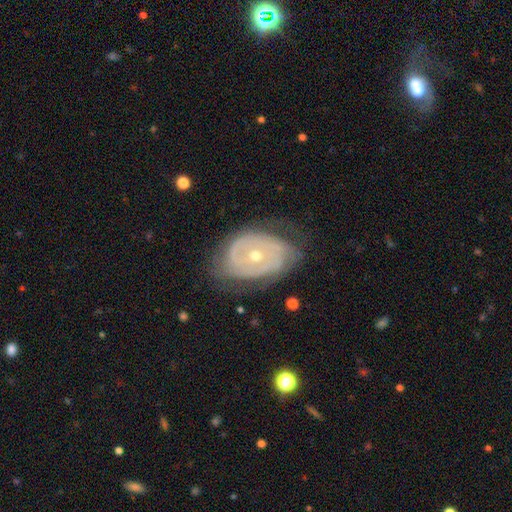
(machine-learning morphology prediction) Q: Smooth or featured?
A: featured or disk (77%); runner-up: smooth (17%)
Q: Edge-on disk?
A: no (95%); runner-up: yes (5%)
Q: Bar?
A: no (80%); runner-up: weak (15%)
Q: Spiral arms?
A: yes (72%); runner-up: no (28%)
Q: Spiral winding?
A: tight (68%); runner-up: medium (23%)
Q: Spiral arm count?
A: can't tell (45%); runner-up: 2 (32%)
Q: Bulge size?
A: small (54%); runner-up: moderate (43%)
Q: Merging?
A: none (59%); runner-up: minor disturbance (27%)